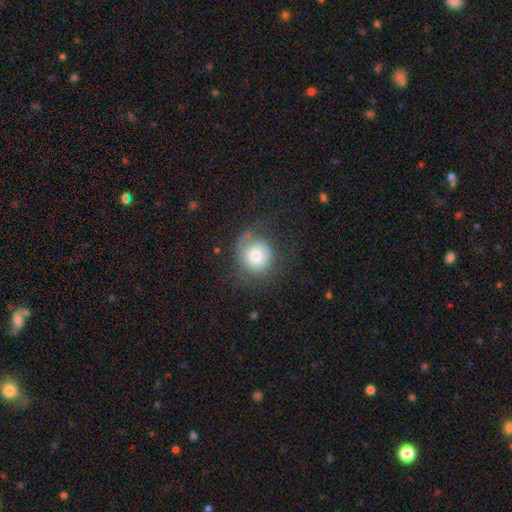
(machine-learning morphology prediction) A smooth galaxy with no disk features (66%) that is round (88%). Merging: none (57%).